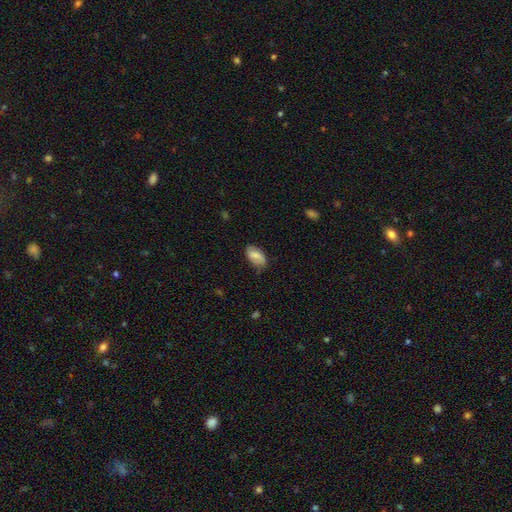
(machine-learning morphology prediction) This is likely a smooth galaxy (75%). How rounded: clearly in between (93%). Merging: likely none (68%).